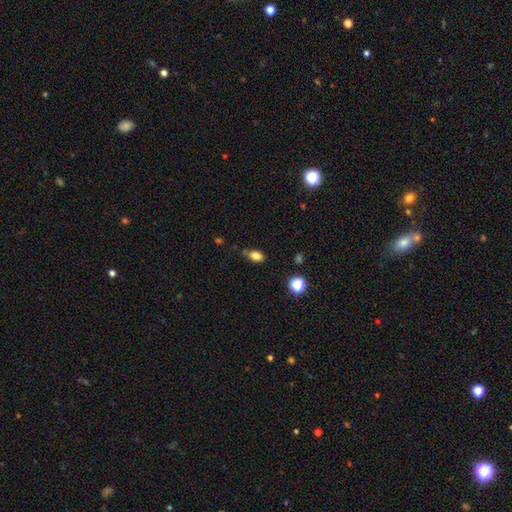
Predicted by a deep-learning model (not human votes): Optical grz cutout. It shows a smooth galaxy with no disk features (81%) that is in between round and cigar-shaped (84%). Merging: none (66%).